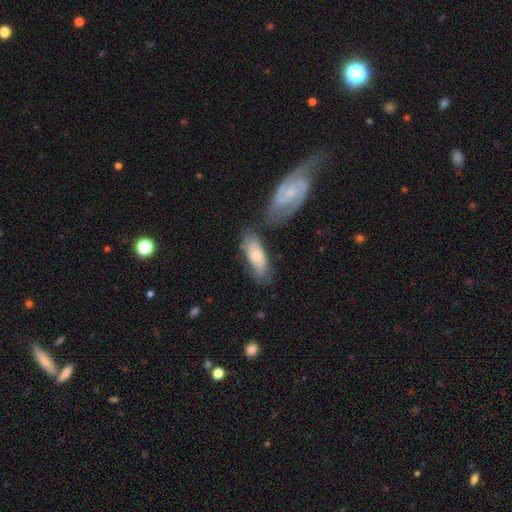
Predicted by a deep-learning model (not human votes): A smooth galaxy with no disk features (52%) that is in between round and cigar-shaped (76%). Merging: none (53%).